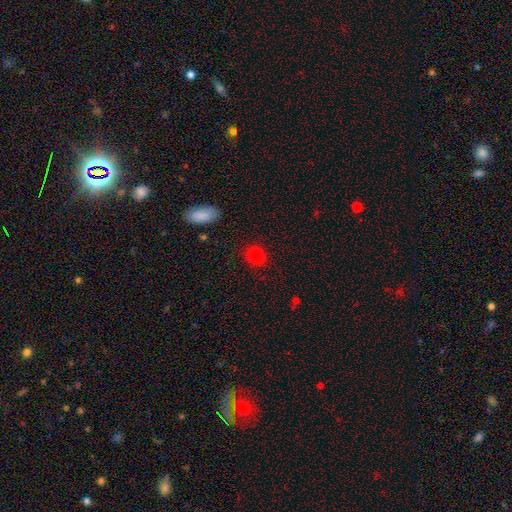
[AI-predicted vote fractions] This appears to be a smooth galaxy with no disk features (80%) that is round (78%). Merging: none (89%).